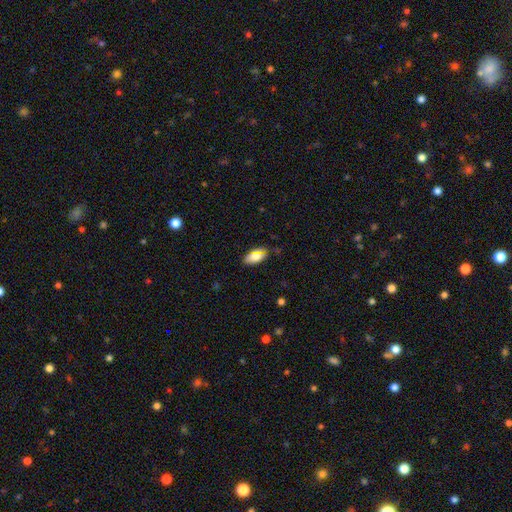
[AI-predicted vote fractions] Smooth or featured?
  - smooth: 74% *
  - featured or disk: 15%
  - star or artifact: 11%
How rounded?
  - in between: 89% *
  - cigar-shaped: 7%
  - round: 4%
Merging?
  - none: 73% *
  - minor disturbance: 20%
  - major disturbance: 5%
  - merger: 2%